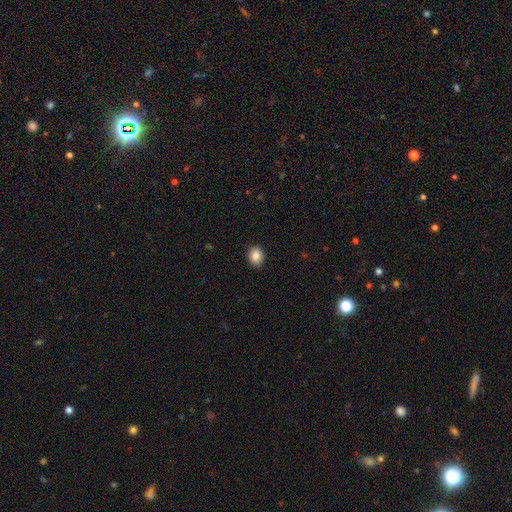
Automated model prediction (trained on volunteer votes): Q: Smooth or featured?
A: smooth (86%); runner-up: star or artifact (9%)
Q: How rounded?
A: round (57%); runner-up: in between (42%)
Q: Merging?
A: none (90%); runner-up: minor disturbance (8%)